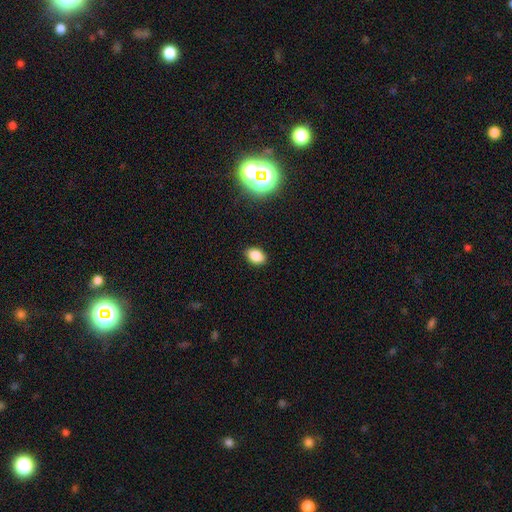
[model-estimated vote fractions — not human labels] This appears to be a smooth galaxy with no disk features (83%) that is in between round and cigar-shaped (83%). Merging: none (87%).